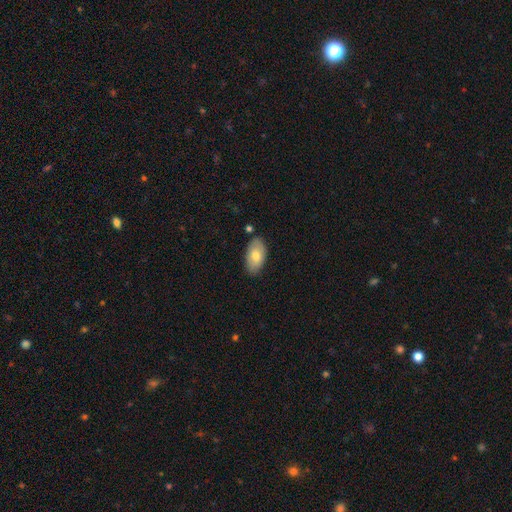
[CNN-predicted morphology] A smooth galaxy with no disk features (76%) that is in between round and cigar-shaped (94%). Merging: none (81%).